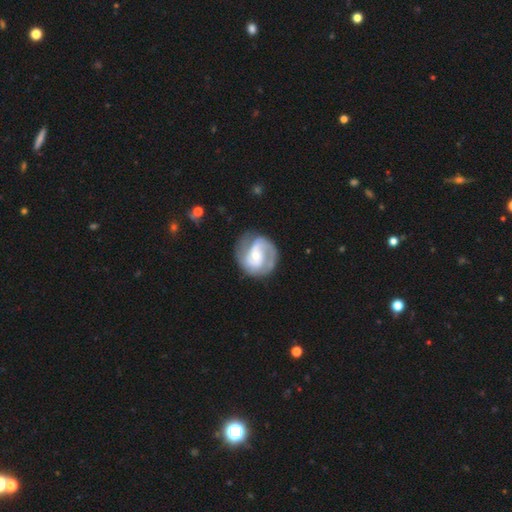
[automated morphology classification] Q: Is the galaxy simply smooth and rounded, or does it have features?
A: featured or disk — 82%.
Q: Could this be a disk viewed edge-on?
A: no — 98%.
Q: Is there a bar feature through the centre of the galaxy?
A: no — 45%.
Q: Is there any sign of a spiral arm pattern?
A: yes — 94%.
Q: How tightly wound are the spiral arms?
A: medium — 45%.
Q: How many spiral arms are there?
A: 2 — 76%.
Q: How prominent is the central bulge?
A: small — 56%.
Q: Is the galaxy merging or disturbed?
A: none — 71%.